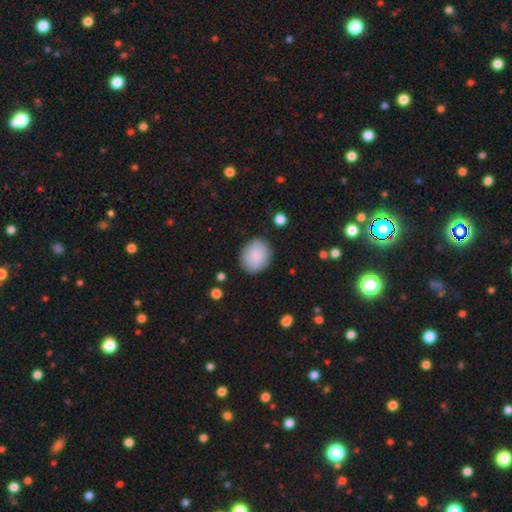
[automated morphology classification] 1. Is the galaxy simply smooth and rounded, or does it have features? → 80% smooth, 13% featured or disk, 7% star or artifact.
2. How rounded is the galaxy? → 66% round, 33% in between, 1% cigar-shaped.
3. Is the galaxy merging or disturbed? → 83% none, 12% minor disturbance, 3% major disturbance, 2% merger.